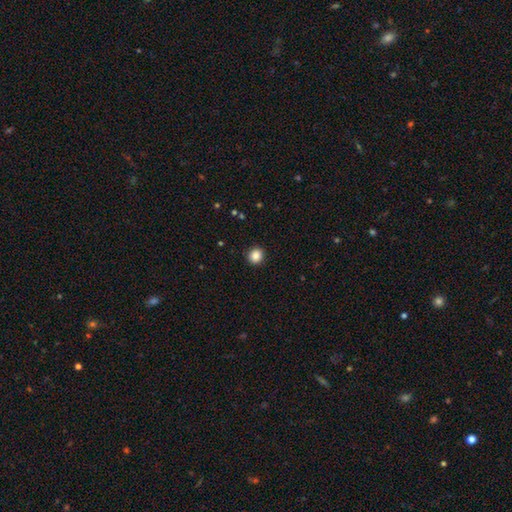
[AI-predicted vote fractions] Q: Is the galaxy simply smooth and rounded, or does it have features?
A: smooth — 86%.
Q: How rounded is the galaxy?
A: round — 89%.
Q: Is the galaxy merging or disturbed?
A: none — 92%.